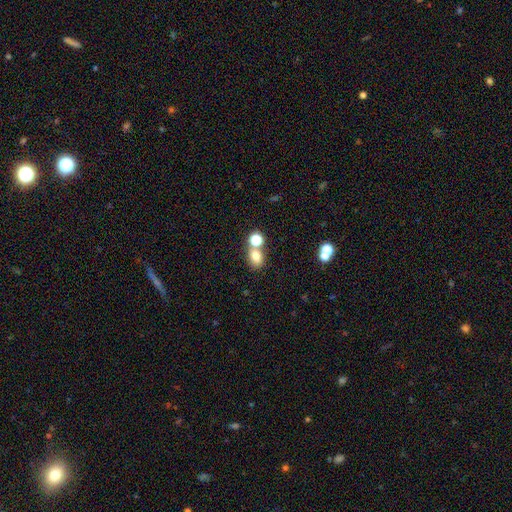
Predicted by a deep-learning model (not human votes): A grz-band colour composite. It shows a smooth galaxy with no disk features (75%) that is in between round and cigar-shaped (59%). Merging: none (50%).